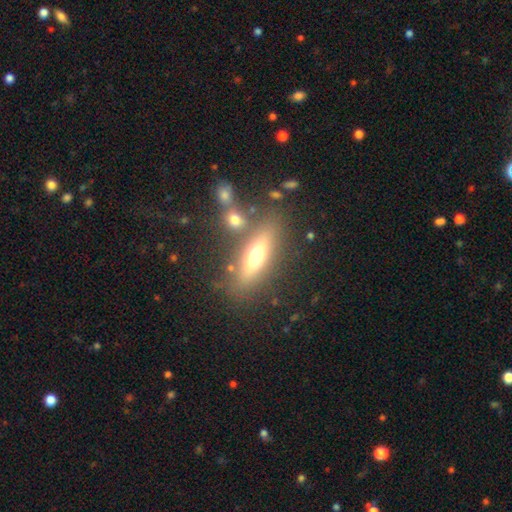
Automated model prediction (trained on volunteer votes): A smooth galaxy with no disk features (53%) that is cigar-shaped (54%). Merging: none (74%).